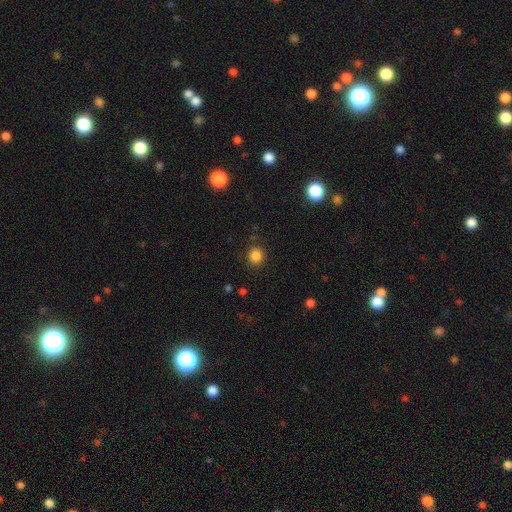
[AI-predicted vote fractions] This appears to be a smooth galaxy with no disk features (84%) that is round (90%). Merging: none (88%).